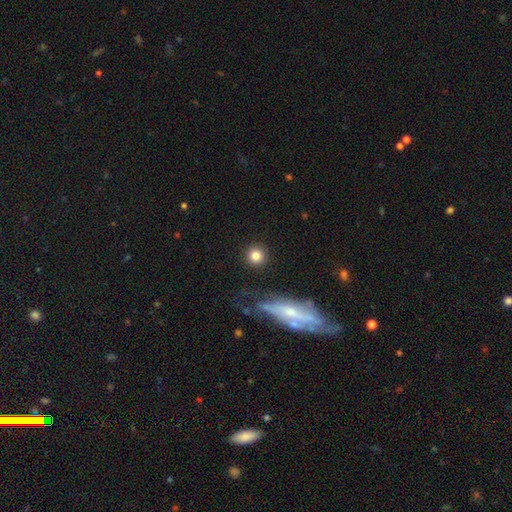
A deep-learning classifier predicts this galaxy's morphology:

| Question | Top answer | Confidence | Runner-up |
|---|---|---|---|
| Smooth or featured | smooth | 81% | star or artifact (10%) |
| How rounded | round | 93% | in between (5%) |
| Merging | none | 88% | minor disturbance (6%) |